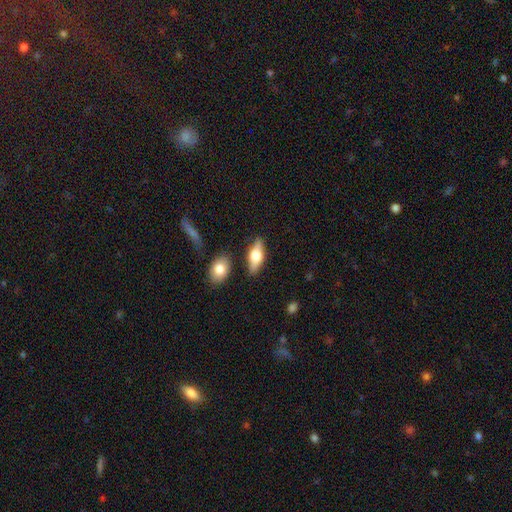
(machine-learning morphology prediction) This is possibly a smooth galaxy (52%). How rounded: likely in between (74%). Merging: clearly none (82%).